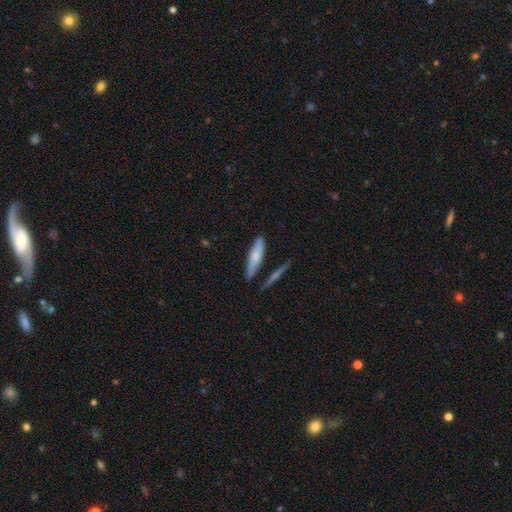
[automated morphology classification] Smooth or featured? smooth (64%)
How rounded? cigar-shaped (74%)
Merging? none (75%)